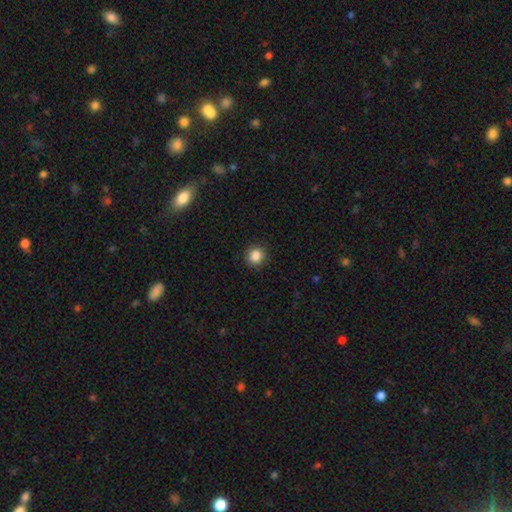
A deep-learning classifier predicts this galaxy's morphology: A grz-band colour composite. It shows a smooth galaxy with no disk features (86%) that is round (90%). Merging: none (90%).